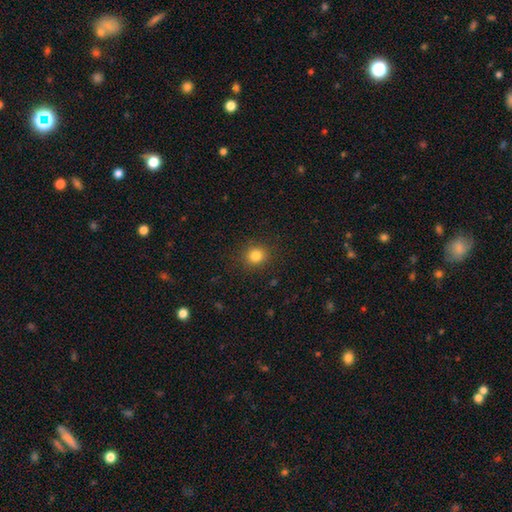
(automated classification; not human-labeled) Smooth or featured?
  - smooth: 82% *
  - star or artifact: 13%
  - featured or disk: 5%
How rounded?
  - round: 87% *
  - in between: 12%
  - cigar-shaped: 1%
Merging?
  - none: 89% *
  - minor disturbance: 7%
  - major disturbance: 3%
  - merger: 1%